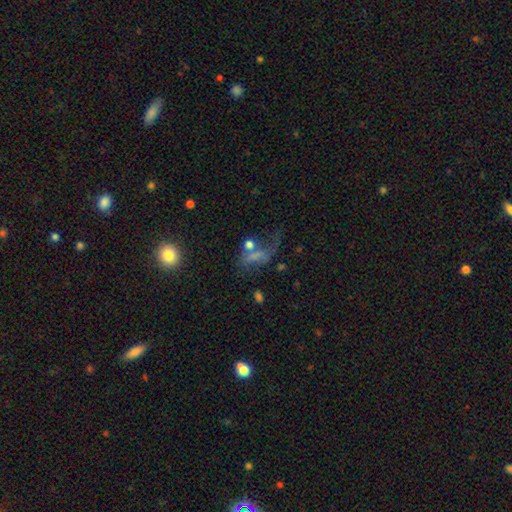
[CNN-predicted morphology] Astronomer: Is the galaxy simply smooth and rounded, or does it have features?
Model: smooth — 46% (runner-up: featured or disk, 33%).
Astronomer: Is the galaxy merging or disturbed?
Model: major disturbance — 38% (runner-up: none, 28%).